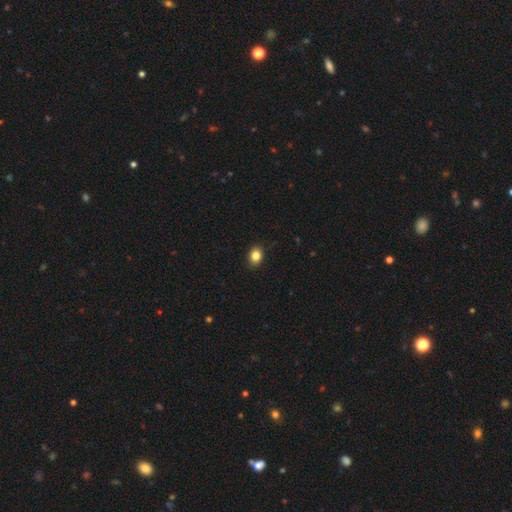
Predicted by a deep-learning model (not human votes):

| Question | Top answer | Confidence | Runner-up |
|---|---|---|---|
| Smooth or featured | smooth | 85% | star or artifact (10%) |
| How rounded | in between | 57% | round (42%) |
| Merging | none | 89% | minor disturbance (8%) |